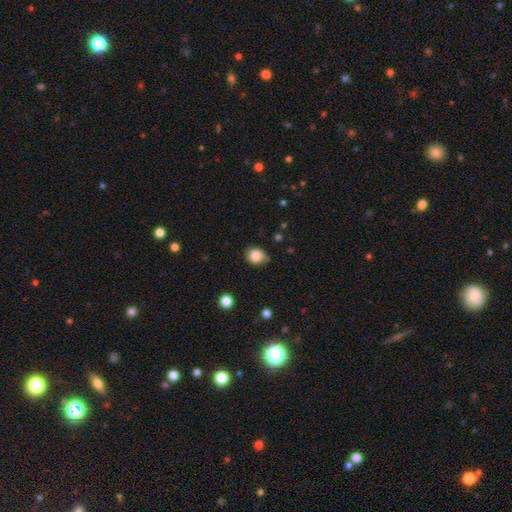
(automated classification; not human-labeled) Smooth or featured?
  - smooth: 84% *
  - star or artifact: 9%
  - featured or disk: 7%
How rounded?
  - round: 58% *
  - in between: 41%
  - cigar-shaped: 1%
Merging?
  - none: 63% *
  - minor disturbance: 30%
  - major disturbance: 6%
  - merger: 2%